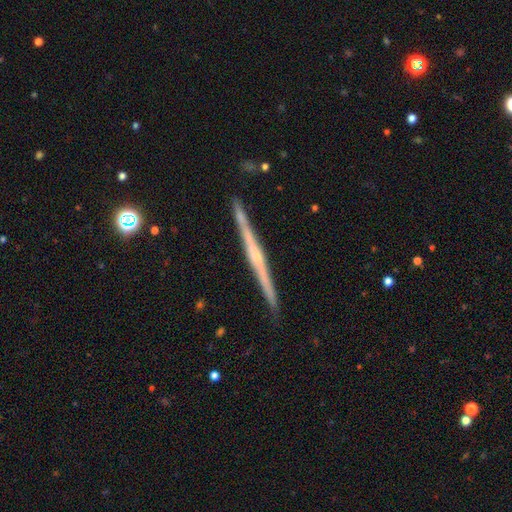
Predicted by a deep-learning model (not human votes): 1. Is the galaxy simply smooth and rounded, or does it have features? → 81% featured or disk, 14% smooth, 6% star or artifact.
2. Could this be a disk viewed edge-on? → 98% yes, 2% no.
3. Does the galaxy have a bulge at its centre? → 59% rounded, 32% none, 9% boxy.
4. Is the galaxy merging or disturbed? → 91% none, 7% minor disturbance, 2% merger, 1% major disturbance.